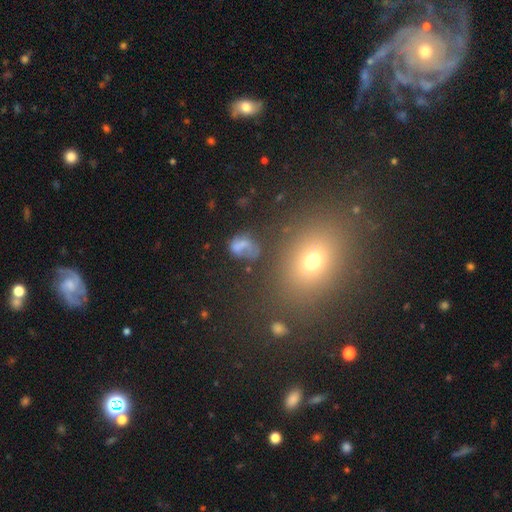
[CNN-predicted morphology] Smooth or featured? smooth (59%)
How rounded? in between (57%)
Merging? none (80%)